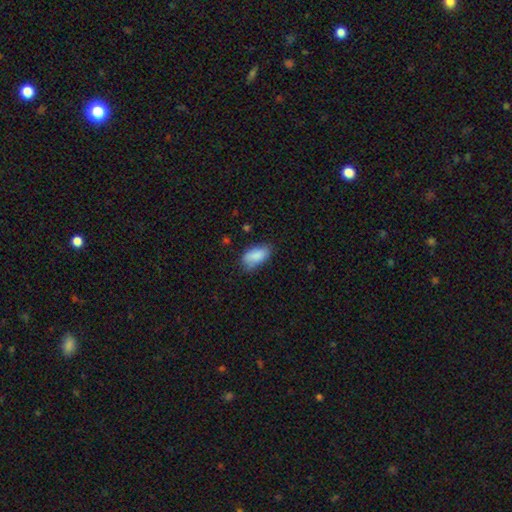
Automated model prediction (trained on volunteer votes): This appears to be a smooth galaxy with no disk features (86%) that is in between round and cigar-shaped (93%). Merging: none (69%).